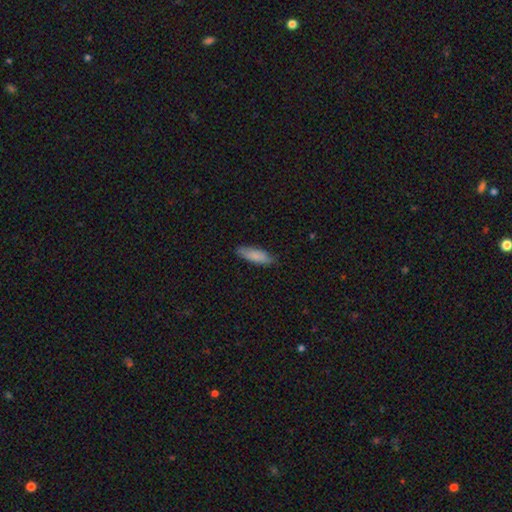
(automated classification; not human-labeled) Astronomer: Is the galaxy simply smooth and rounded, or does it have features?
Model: smooth — 85%.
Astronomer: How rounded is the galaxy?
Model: in between — 53% (runner-up: cigar-shaped, 46%).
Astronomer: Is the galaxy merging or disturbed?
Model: none — 83%.